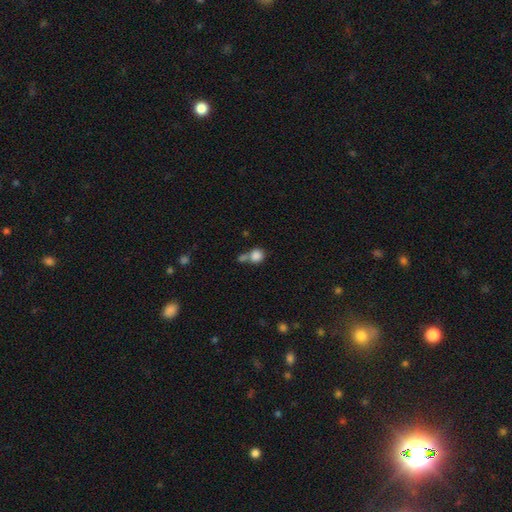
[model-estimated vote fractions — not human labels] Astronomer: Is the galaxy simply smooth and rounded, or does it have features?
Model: smooth — 84%.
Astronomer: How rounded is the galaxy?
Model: round — 82%.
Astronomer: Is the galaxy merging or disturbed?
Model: merger — 45% (runner-up: none, 39%).